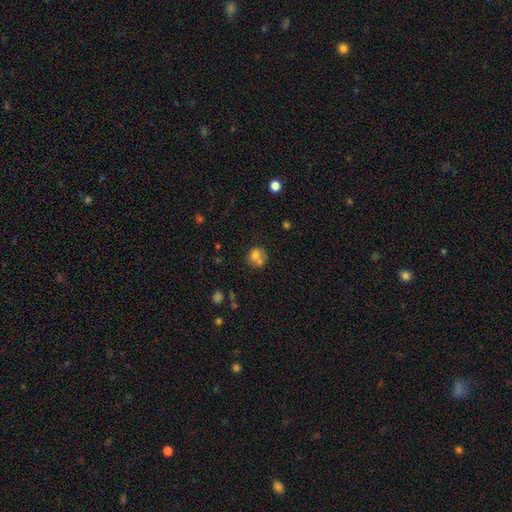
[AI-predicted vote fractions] smooth 70%, featured or disk 19%, star or artifact 11%. Down the decision tree: how rounded — round (78%); merging — merger (44%).